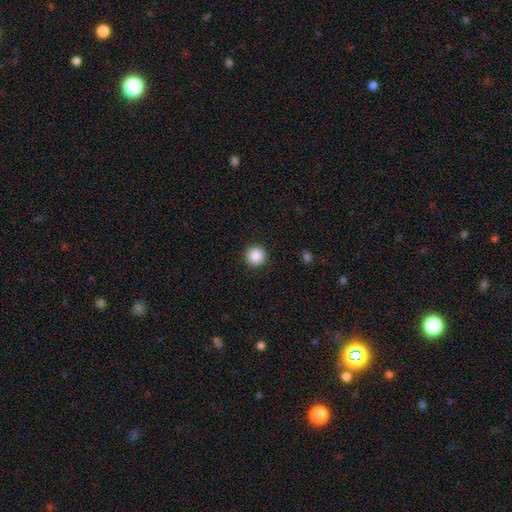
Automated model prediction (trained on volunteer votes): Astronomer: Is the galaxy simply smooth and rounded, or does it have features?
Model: smooth — 88%.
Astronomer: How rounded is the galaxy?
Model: round — 96%.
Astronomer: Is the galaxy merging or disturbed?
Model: none — 93%.